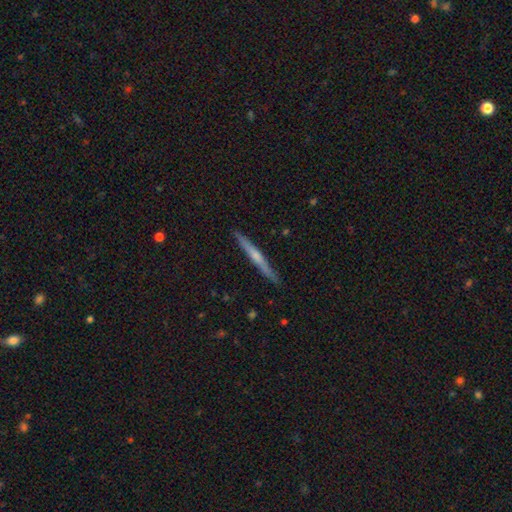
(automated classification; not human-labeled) This is likely a featured or disk galaxy (61%). It is clearly viewed edge-on (97%). Edge-on bulge: possibly rounded (52%). Merging: clearly none (90%).